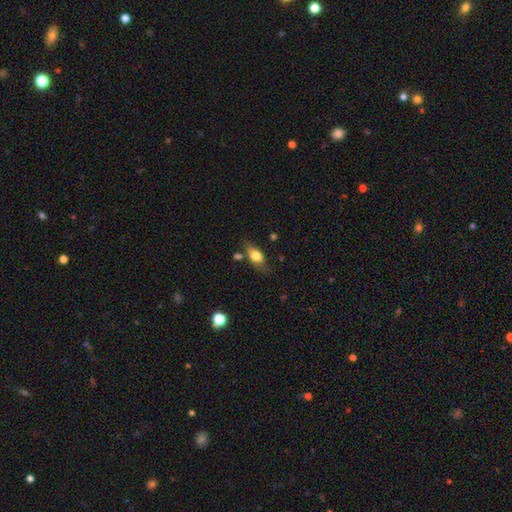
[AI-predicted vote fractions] This appears to be a smooth galaxy with no disk features (73%) that is in between round and cigar-shaped (84%). Merging: none (64%).